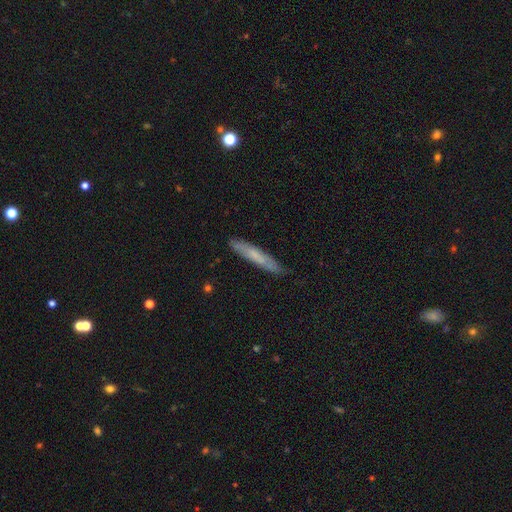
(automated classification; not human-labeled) smooth_or_featured: smooth (p=0.61) [alt: featured or disk p=0.33]
how_rounded: cigar-shaped (p=0.92) [alt: in between p=0.06]
merging: none (p=0.84) [alt: minor disturbance p=0.12]